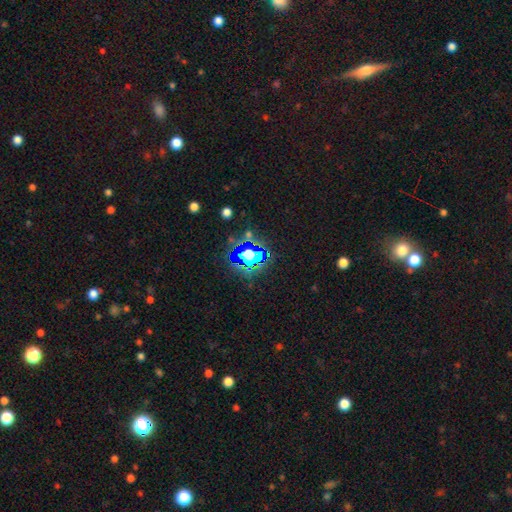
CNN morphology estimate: Smooth or featured: star or artifact — 53% (smooth — 31%)